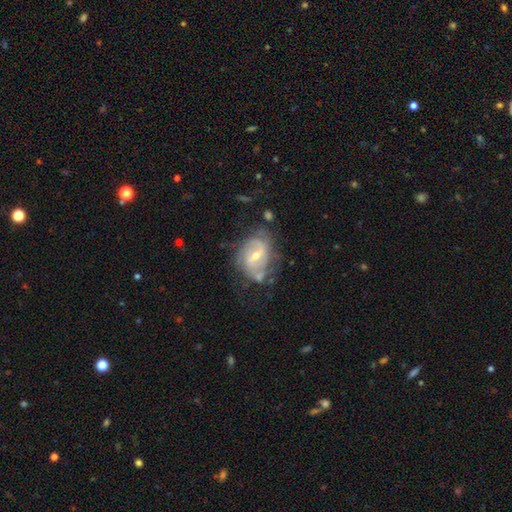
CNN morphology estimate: featured or disk 82%, smooth 12%, star or artifact 7%. Down the decision tree: edge-on disk — no (97%); bar — weak (51%); spiral arms — yes (90%); spiral arm count — 2 (58%); spiral winding — medium (42%); bulge size — moderate (49%); merging — none (60%).